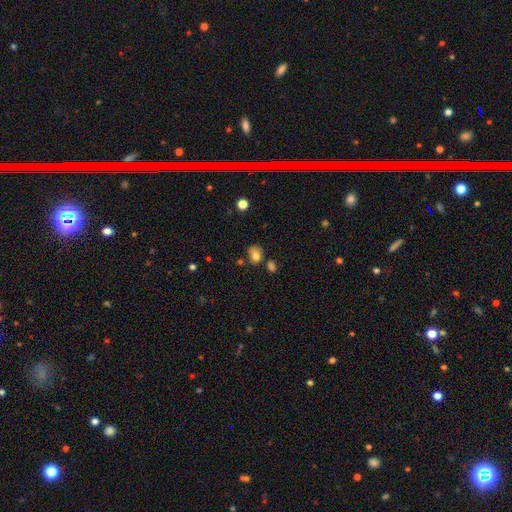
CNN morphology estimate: Smooth or featured: smooth — 76% (star or artifact — 13%)
How rounded: in between — 54% (round — 44%)
Merging: none — 45% (minor disturbance — 27%)